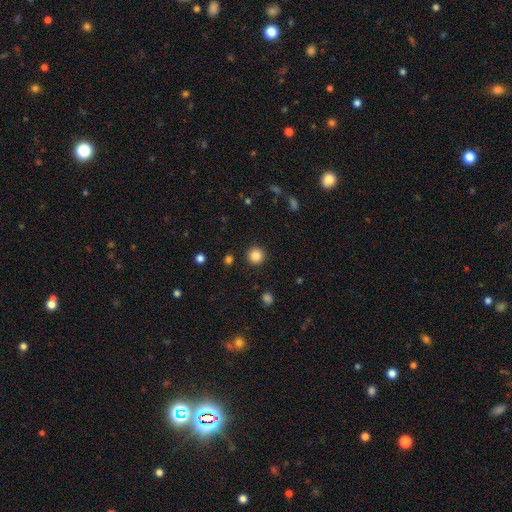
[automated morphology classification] type=smooth (85%); roundness=round (95%); merging=none (92%).